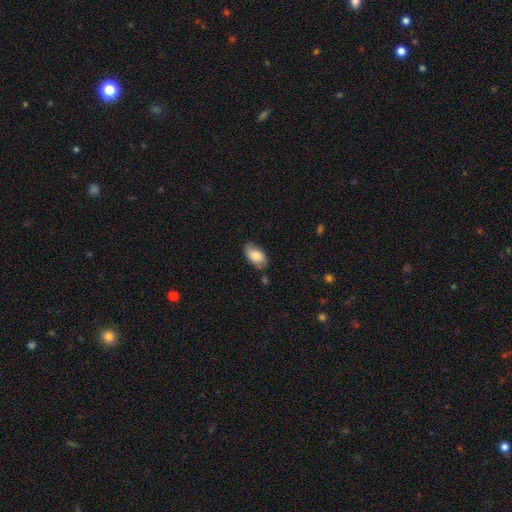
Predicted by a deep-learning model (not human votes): This is likely a smooth galaxy (78%). How rounded: clearly in between (94%). Merging: likely none (71%).